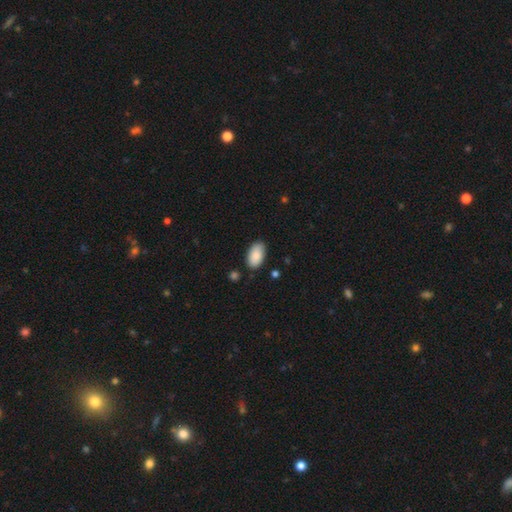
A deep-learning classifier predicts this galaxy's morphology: Smooth or featured: smooth — 87% (featured or disk — 7%)
How rounded: in between — 95% (round — 3%)
Merging: none — 80% (minor disturbance — 15%)